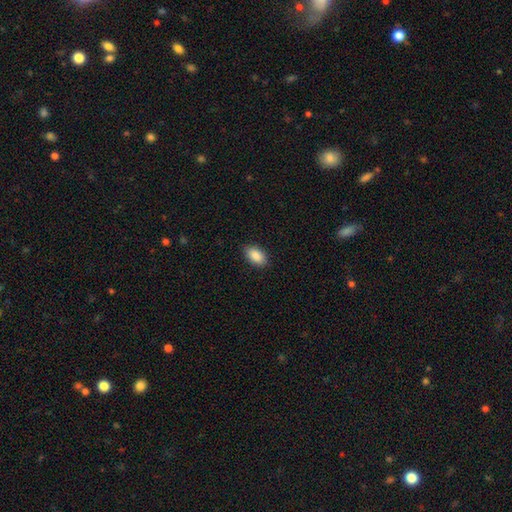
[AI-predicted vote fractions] This appears to be a smooth galaxy with no disk features (90%) that is in between round and cigar-shaped (93%). Merging: none (87%).